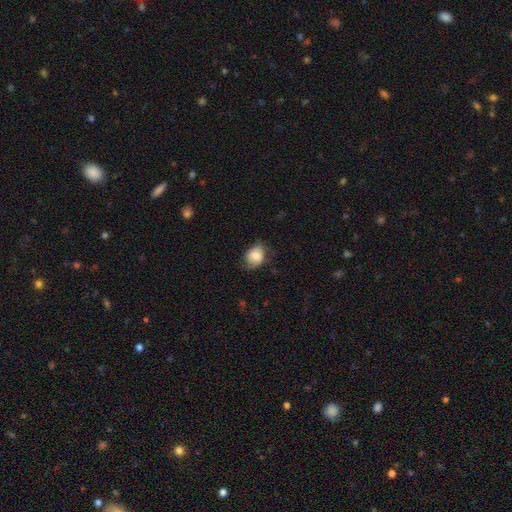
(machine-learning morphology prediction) Overall: smooth (79%). How rounded: in between (55%; round 44%). Merging: none (61%; minor disturbance 28%).